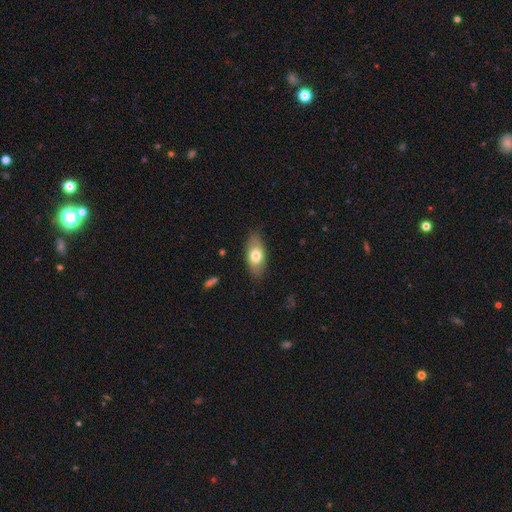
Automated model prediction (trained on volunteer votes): A smooth galaxy with no disk features (71%) that is in between round and cigar-shaped (88%). Merging: none (82%).